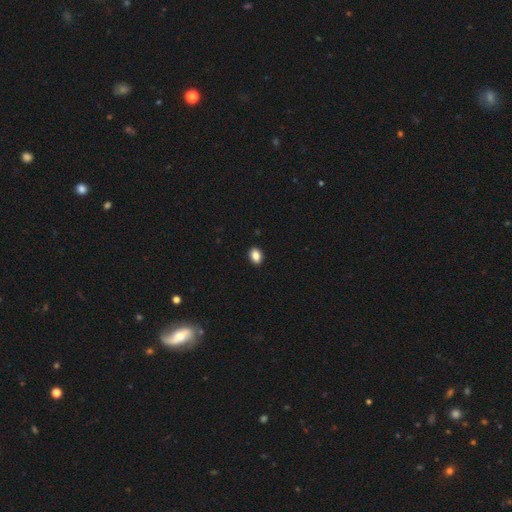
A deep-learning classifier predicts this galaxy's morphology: Smooth or featured: smooth — 86% (star or artifact — 9%)
How rounded: in between — 69% (round — 30%)
Merging: none — 91% (minor disturbance — 6%)